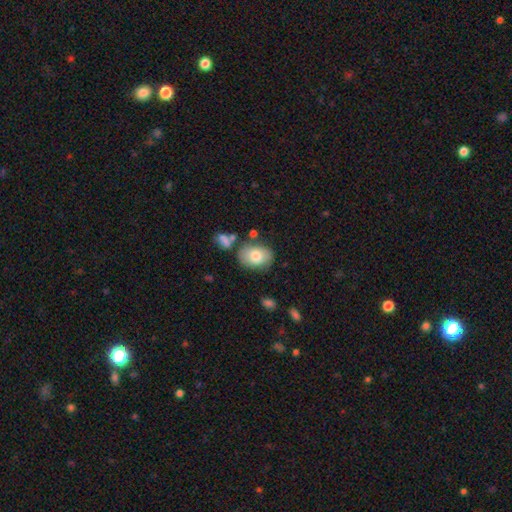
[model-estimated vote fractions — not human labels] smooth_or_featured: smooth (p=0.75) [alt: featured or disk p=0.18]
how_rounded: in between (p=0.77) [alt: round p=0.22]
merging: none (p=0.72) [alt: minor disturbance p=0.16]